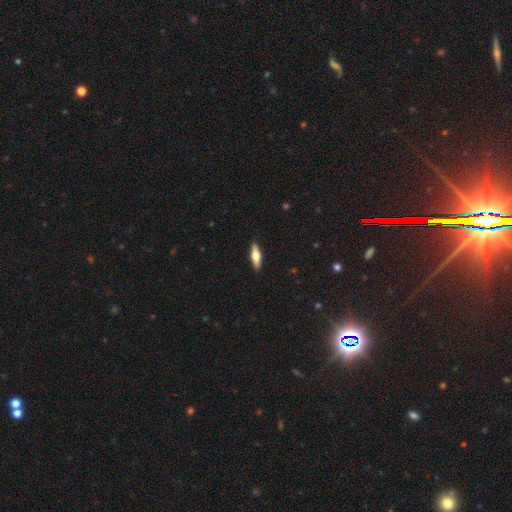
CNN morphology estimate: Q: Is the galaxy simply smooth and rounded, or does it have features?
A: smooth — 54%.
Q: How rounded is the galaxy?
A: cigar-shaped — 51%.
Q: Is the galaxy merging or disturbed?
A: none — 90%.